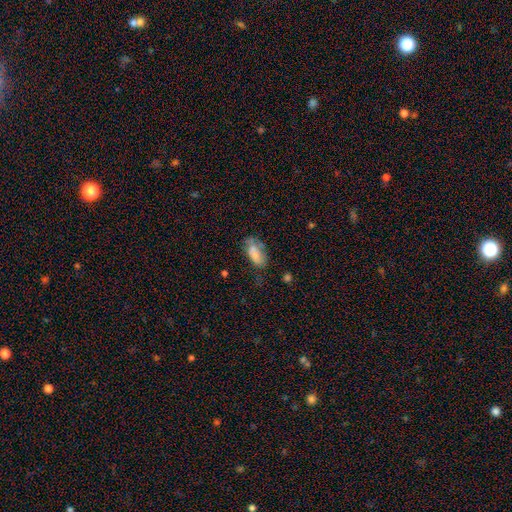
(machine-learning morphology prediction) This is likely a smooth galaxy (71%). How rounded: clearly in between (88%). Merging: possibly none (48%).